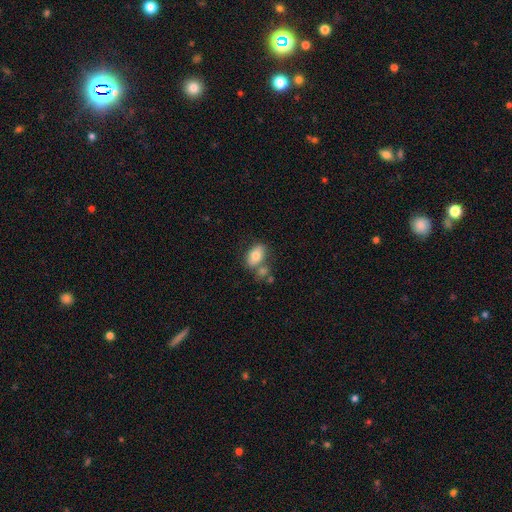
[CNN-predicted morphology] smooth_or_featured: smooth (p=0.76) [alt: featured or disk p=0.17]
how_rounded: in between (p=0.88) [alt: round p=0.11]
merging: none (p=0.53) [alt: merger p=0.24]